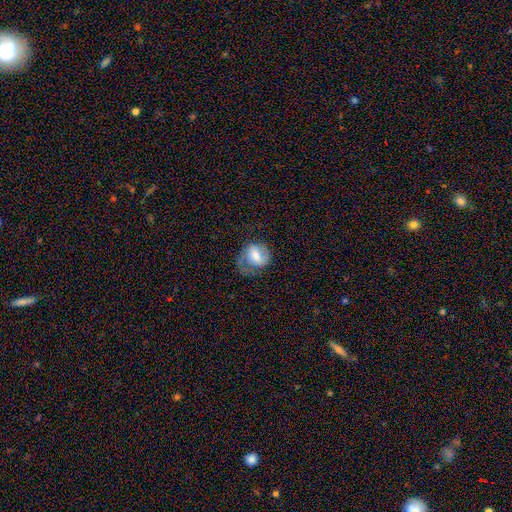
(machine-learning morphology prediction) A smooth galaxy with no disk features (50%). Merging: none (41%).